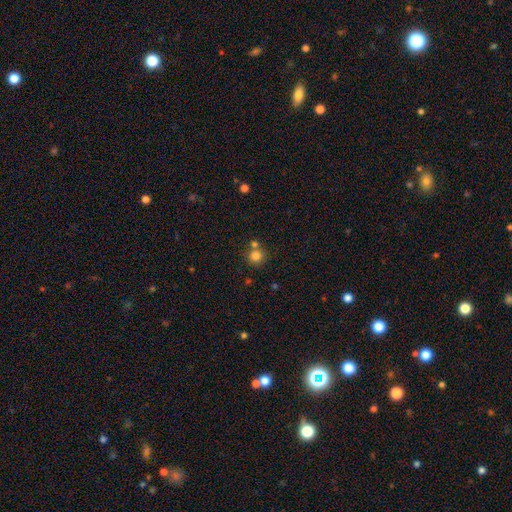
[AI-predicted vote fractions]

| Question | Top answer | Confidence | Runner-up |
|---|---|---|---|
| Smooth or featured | smooth | 81% | star or artifact (13%) |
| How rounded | round | 90% | in between (9%) |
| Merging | none | 65% | merger (24%) |